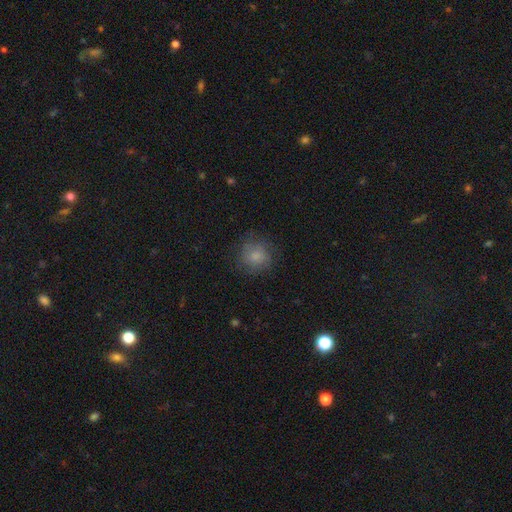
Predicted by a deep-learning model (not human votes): Smooth or featured?
  - smooth: 77% *
  - featured or disk: 13%
  - star or artifact: 10%
How rounded?
  - round: 87% *
  - in between: 12%
  - cigar-shaped: 1%
Merging?
  - none: 75% *
  - minor disturbance: 17%
  - major disturbance: 7%
  - merger: 1%